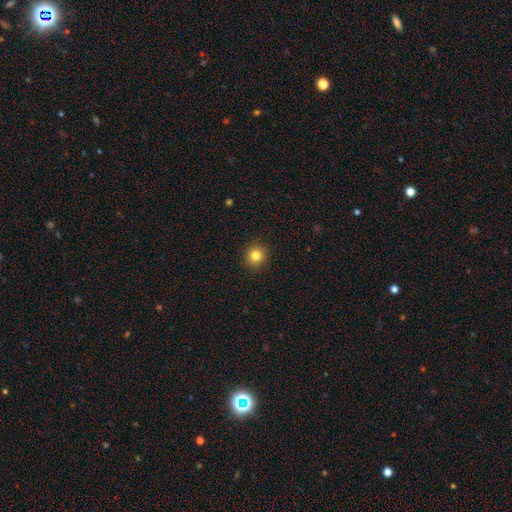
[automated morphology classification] The model was most divided on "smooth or featured": smooth: 82%, star or artifact: 12%, featured or disk: 6%. More confident: merging — none (92%); how rounded — round (91%).